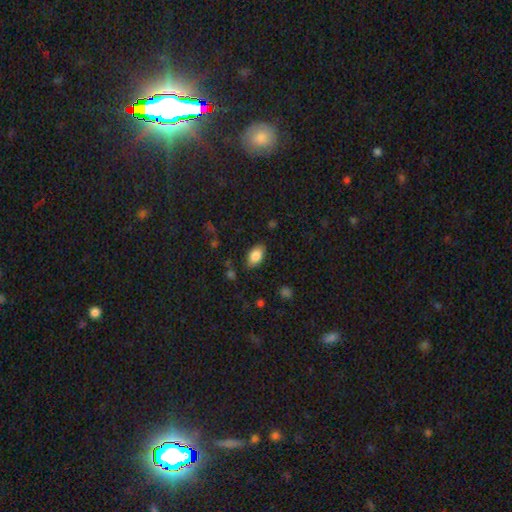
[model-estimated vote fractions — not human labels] A smooth galaxy with no disk features (85%) that is in between round and cigar-shaped (92%).

Vote fractions:
- Smooth or featured? smooth: 85% / star or artifact: 8% / featured or disk: 7%
- How rounded? in between: 92% / round: 6% / cigar-shaped: 2%
- Merging? none: 83% / minor disturbance: 12% / major disturbance: 3% / merger: 2%